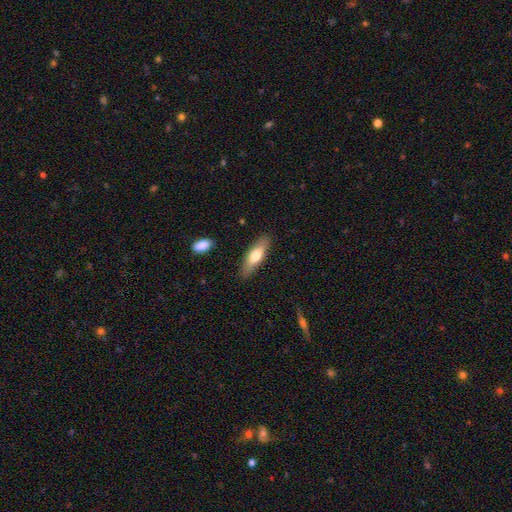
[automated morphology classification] This is likely a smooth galaxy (67%). How rounded: possibly in between (52%). Merging: clearly none (85%).